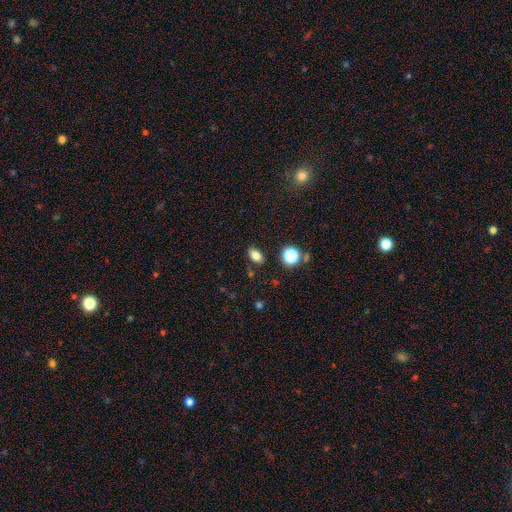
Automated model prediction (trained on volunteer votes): Q: Smooth or featured?
A: smooth (80%); runner-up: star or artifact (13%)
Q: How rounded?
A: in between (83%); runner-up: round (14%)
Q: Merging?
A: none (84%); runner-up: minor disturbance (10%)